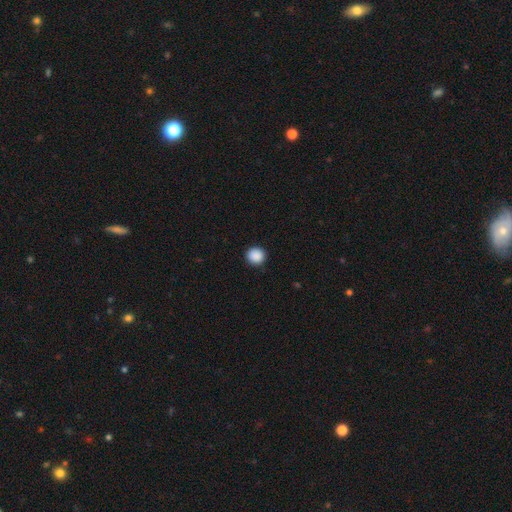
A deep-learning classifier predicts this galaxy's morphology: The model was most divided on "smooth or featured": smooth: 89%, star or artifact: 9%, featured or disk: 2%. More confident: how rounded — round (92%); merging — none (91%).